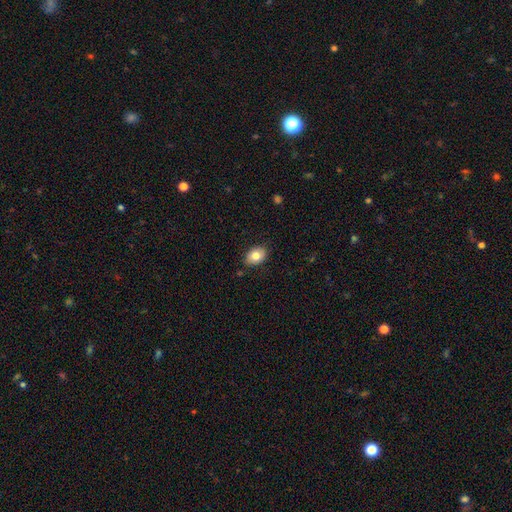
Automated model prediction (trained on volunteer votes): smooth-or-featured: smooth: 80% | featured or disk: 12% | star or artifact: 8%
  how-rounded: in between: 79% | round: 20% | cigar-shaped: 1%
  merging: none: 86% | minor disturbance: 11% | major disturbance: 2% | merger: 1%